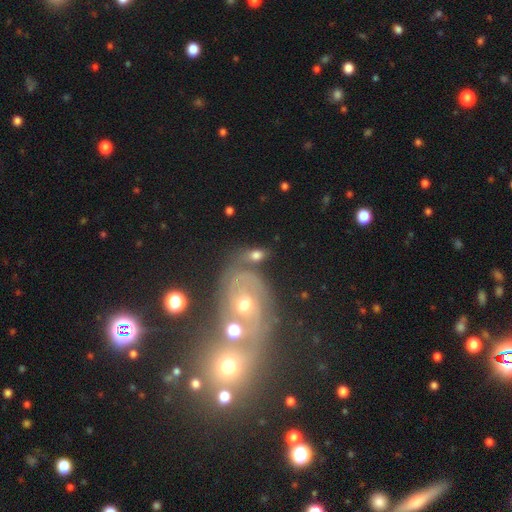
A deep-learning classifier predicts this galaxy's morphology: Smooth or featured?
  - featured or disk: 46% *
  - smooth: 42%
  - star or artifact: 12%
Merging?
  - none: 51% *
  - merger: 21%
  - minor disturbance: 18%
  - major disturbance: 10%